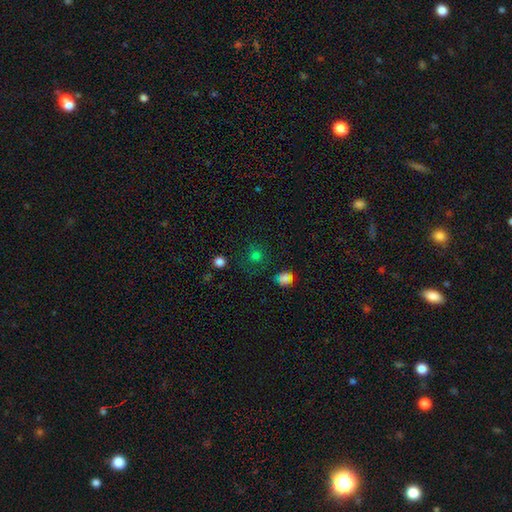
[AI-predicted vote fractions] Smooth or featured: smooth — 65% (star or artifact — 27%)
How rounded: round — 88% (in between — 11%)
Merging: none — 76% (minor disturbance — 13%)